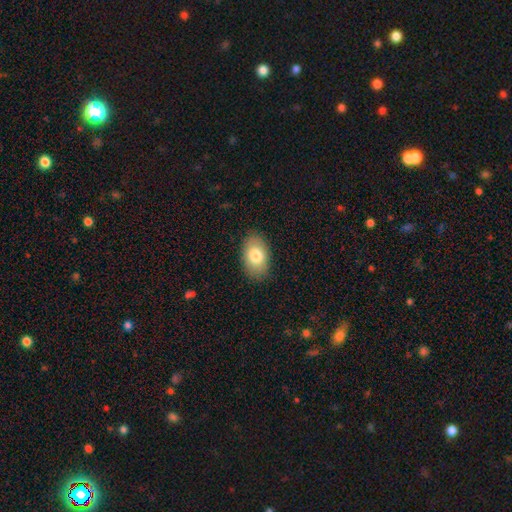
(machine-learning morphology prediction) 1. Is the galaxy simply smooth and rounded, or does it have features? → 79% smooth, 14% featured or disk, 7% star or artifact.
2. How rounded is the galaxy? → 91% in between, 8% round, 1% cigar-shaped.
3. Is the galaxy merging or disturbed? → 86% none, 10% minor disturbance, 3% major disturbance, 1% merger.